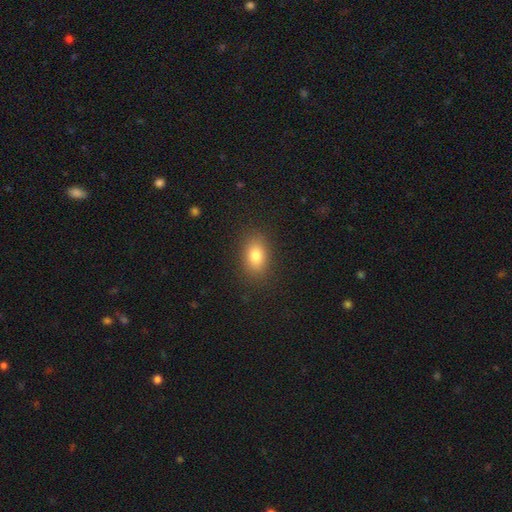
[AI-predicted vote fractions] Overall: smooth (81%). How rounded: in between (78%). Merging: none (87%).